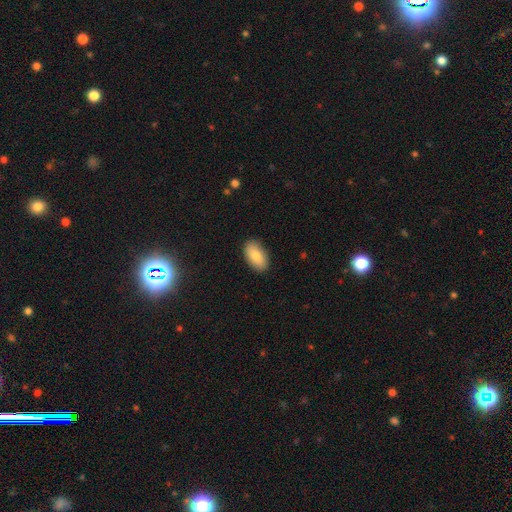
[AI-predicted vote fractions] A smooth galaxy with no disk features (82%) that is in between round and cigar-shaped (94%). Merging: none (88%).